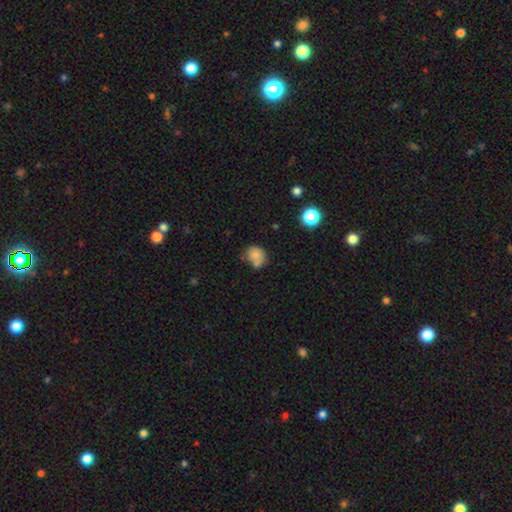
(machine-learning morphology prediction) A smooth galaxy with no disk features (76%) that is round (68%).

Vote fractions:
- Smooth or featured? smooth: 76% / featured or disk: 12% / star or artifact: 11%
- How rounded? round: 68% / in between: 32% / cigar-shaped: 1%
- Merging? none: 47% / merger: 23% / minor disturbance: 22% / major disturbance: 9%